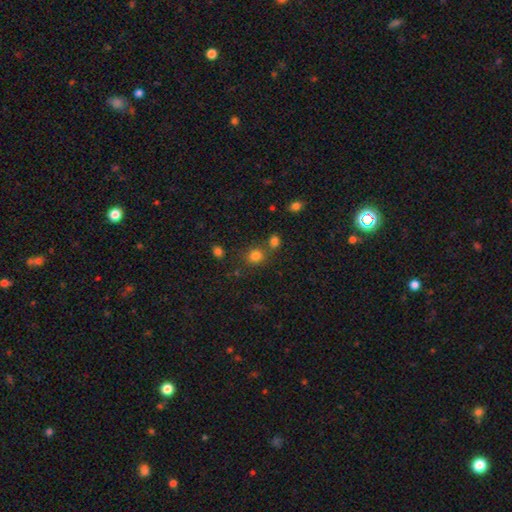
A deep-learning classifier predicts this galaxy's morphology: Smooth or featured? Predicted: smooth (p=0.79). How rounded? Predicted: round (p=0.75). Merging? Predicted: none (p=0.65).